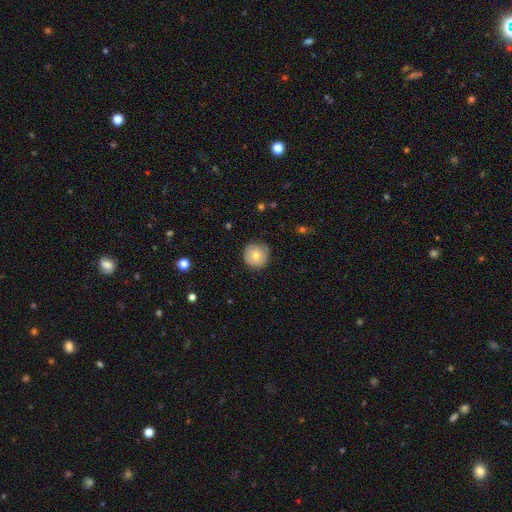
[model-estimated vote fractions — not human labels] This is likely a smooth galaxy (68%). How rounded: clearly round (95%). Merging: likely none (79%).